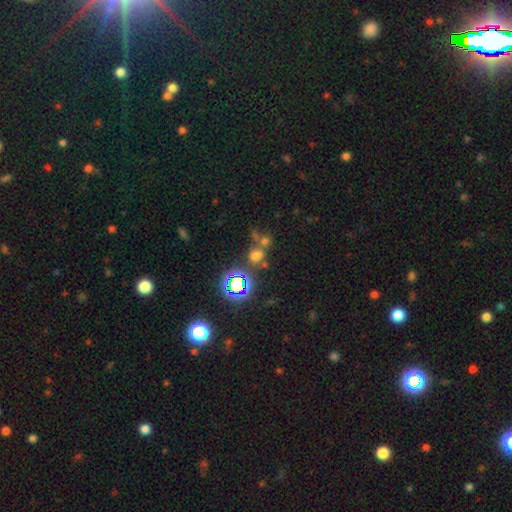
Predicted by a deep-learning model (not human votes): The model was most divided on "smooth or featured": smooth: 49%, star or artifact: 40%, featured or disk: 11%. Remaining: merging — none (48%).